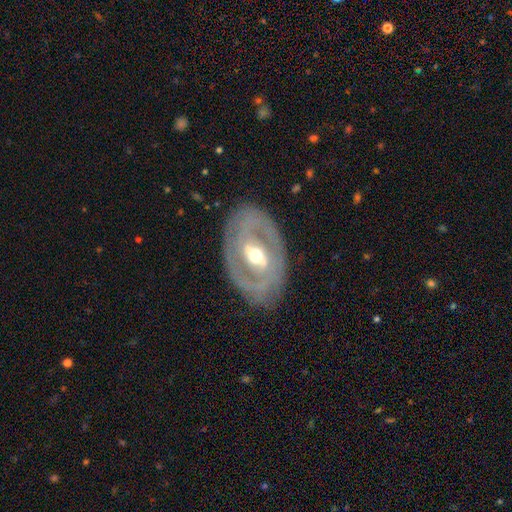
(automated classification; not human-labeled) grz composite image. It shows a featured or disk galaxy (79%) with a strong bar (43%), spiral arms (54%) and a moderate central bulge (69%). Merging: none (81%).